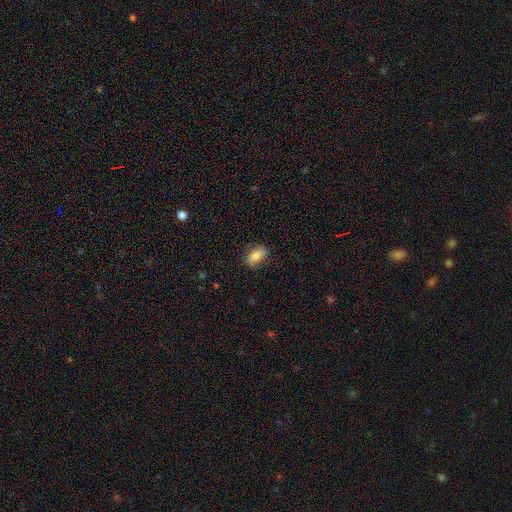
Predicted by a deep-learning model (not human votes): Morphology: type=smooth (78%); roundness=in between (89%); merging=none (79%).